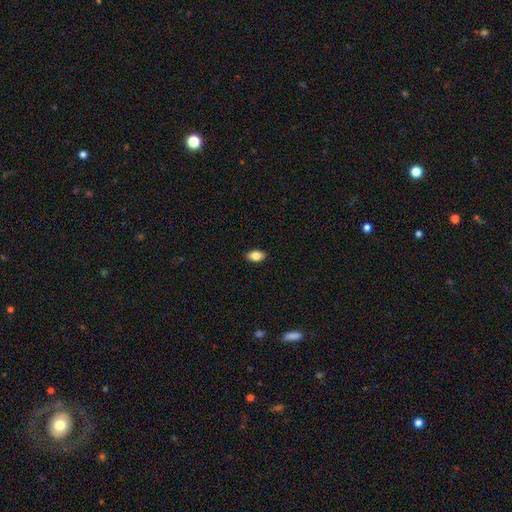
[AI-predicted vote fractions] A smooth galaxy with no disk features (82%) that is in between round and cigar-shaped (89%). Merging: none (89%).